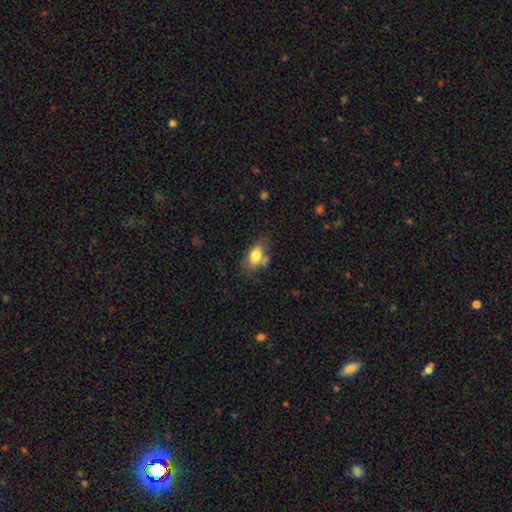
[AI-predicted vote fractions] Q: Smooth or featured?
A: smooth (78%); runner-up: featured or disk (14%)
Q: How rounded?
A: in between (86%); runner-up: round (11%)
Q: Merging?
A: none (55%); runner-up: minor disturbance (23%)